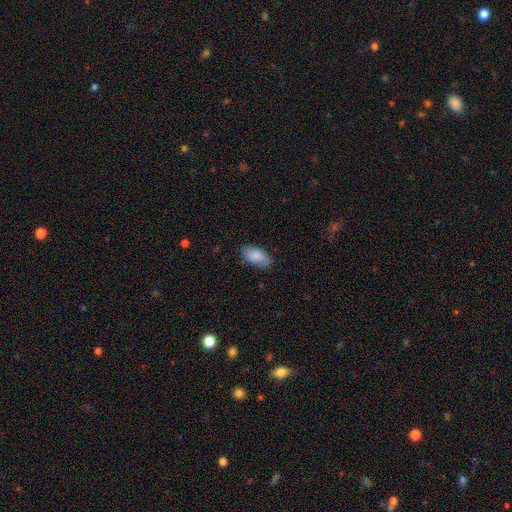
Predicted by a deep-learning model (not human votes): smooth-or-featured: smooth: 84% | featured or disk: 9% | star or artifact: 6%
  how-rounded: in between: 93% | cigar-shaped: 4% | round: 3%
  merging: none: 79% | minor disturbance: 17% | major disturbance: 3% | merger: 1%